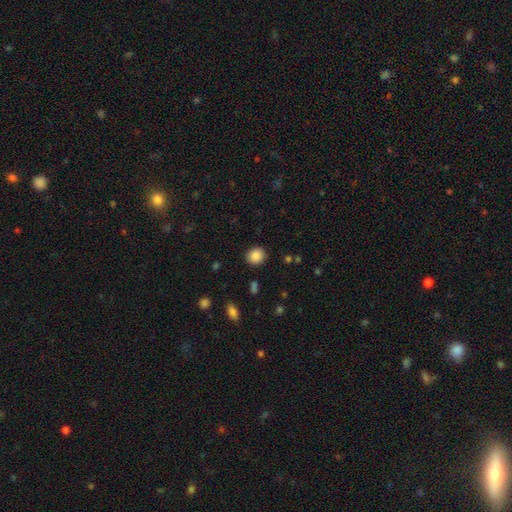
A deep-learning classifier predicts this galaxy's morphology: This appears to be a smooth galaxy with no disk features (87%) that is round (80%). Merging: none (89%).